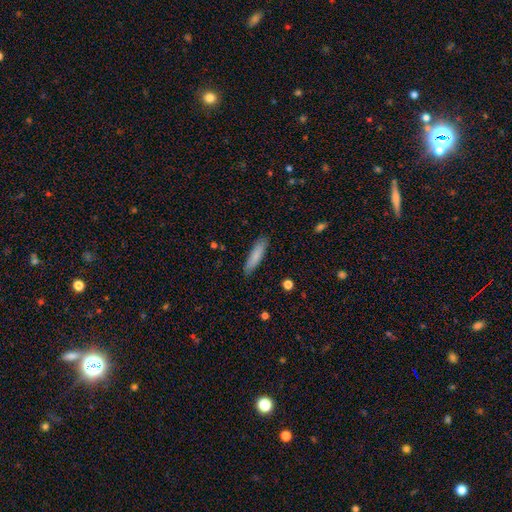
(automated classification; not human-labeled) Smooth or featured?
  - smooth: 81% *
  - featured or disk: 13%
  - star or artifact: 6%
How rounded?
  - cigar-shaped: 80% *
  - in between: 19%
  - round: 1%
Merging?
  - none: 87% *
  - minor disturbance: 10%
  - major disturbance: 2%
  - merger: 1%